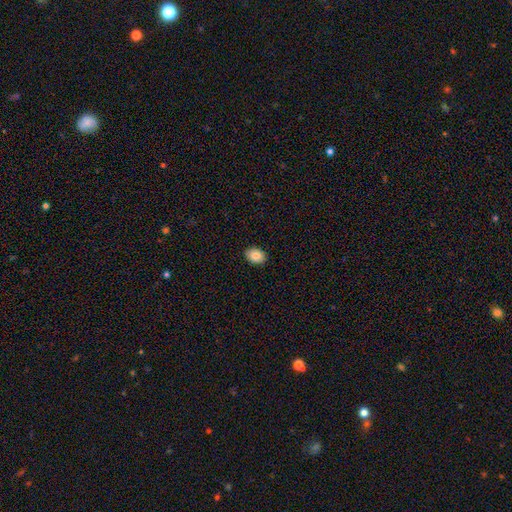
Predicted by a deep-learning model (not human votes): Smooth or featured? Predicted: smooth (p=0.86). How rounded? Predicted: in between (p=0.74). Merging? Predicted: none (p=0.90).